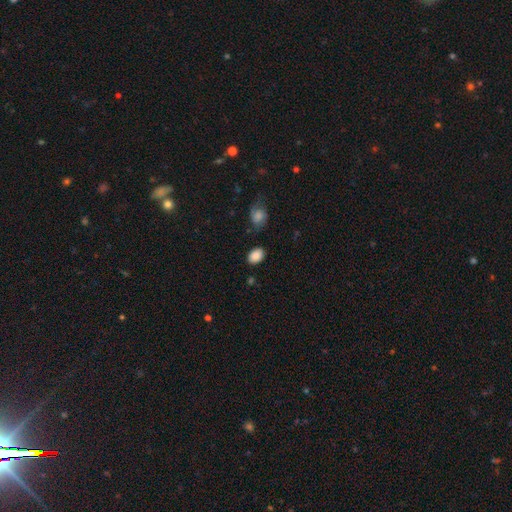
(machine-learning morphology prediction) Smooth or featured? Predicted: smooth (p=0.87). How rounded? Predicted: in between (p=0.79). Merging? Predicted: none (p=0.80).